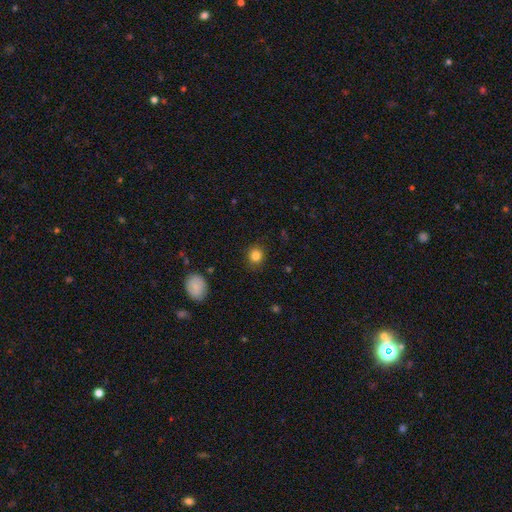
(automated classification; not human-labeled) Smooth or featured? smooth (84%)
How rounded? round (85%)
Merging? none (88%)